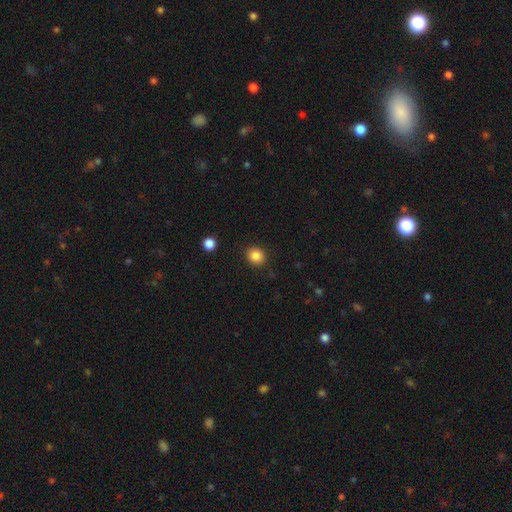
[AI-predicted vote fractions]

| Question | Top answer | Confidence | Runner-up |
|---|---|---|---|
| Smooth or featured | smooth | 86% | star or artifact (10%) |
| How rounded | round | 80% | in between (19%) |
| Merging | none | 89% | minor disturbance (7%) |